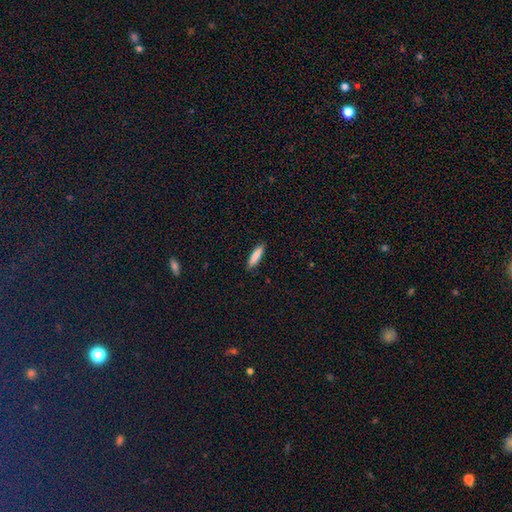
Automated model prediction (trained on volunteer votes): Smooth or featured?
  - smooth: 85% *
  - featured or disk: 8%
  - star or artifact: 6%
How rounded?
  - cigar-shaped: 74% *
  - in between: 25%
  - round: 1%
Merging?
  - none: 88% *
  - minor disturbance: 9%
  - major disturbance: 2%
  - merger: 1%